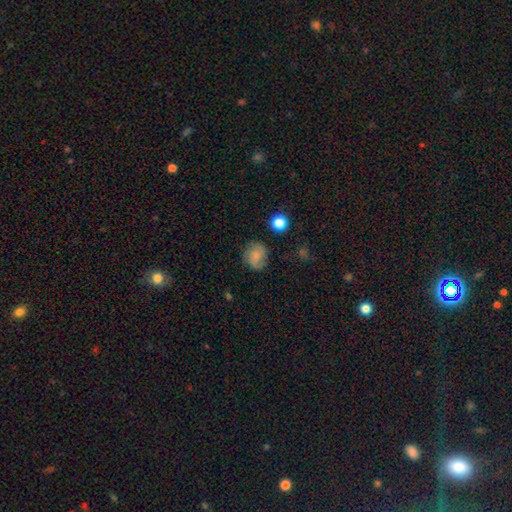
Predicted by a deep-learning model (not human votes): This appears to be a smooth galaxy with no disk features (73%) that is round (73%). Merging: none (72%).